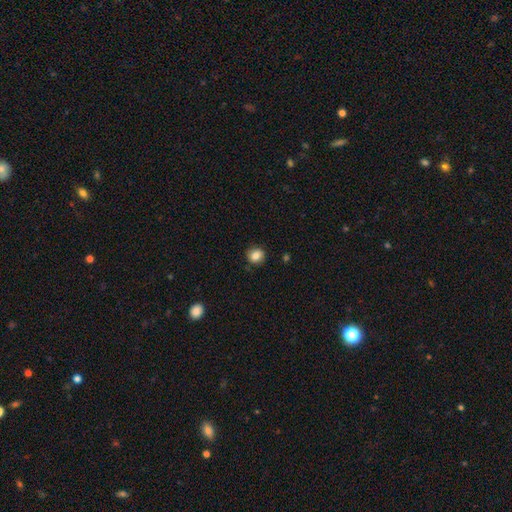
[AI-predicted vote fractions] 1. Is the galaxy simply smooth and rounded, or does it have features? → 83% smooth, 10% star or artifact, 7% featured or disk.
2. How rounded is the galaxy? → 83% round, 16% in between, 1% cigar-shaped.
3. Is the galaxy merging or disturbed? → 87% none, 9% minor disturbance, 2% major disturbance, 1% merger.